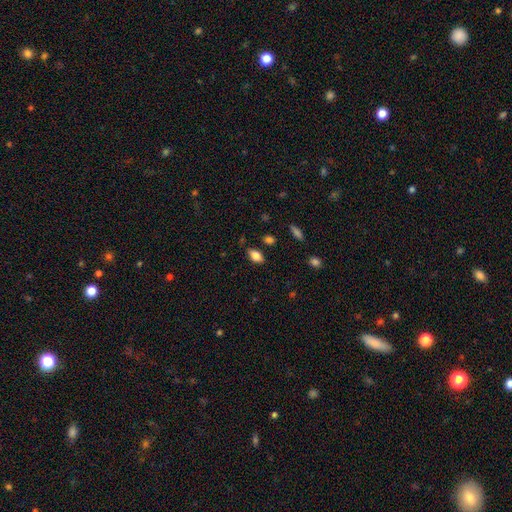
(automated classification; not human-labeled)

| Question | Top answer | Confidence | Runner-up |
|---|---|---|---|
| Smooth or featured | smooth | 81% | featured or disk (11%) |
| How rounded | in between | 90% | round (5%) |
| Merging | none | 81% | minor disturbance (14%) |